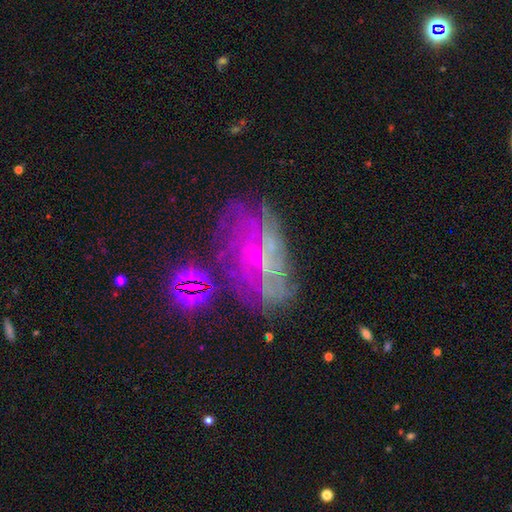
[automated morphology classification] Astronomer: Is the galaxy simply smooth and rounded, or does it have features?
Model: featured or disk — 60%.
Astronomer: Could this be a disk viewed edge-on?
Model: no — 94%.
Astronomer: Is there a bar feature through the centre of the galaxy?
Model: no — 56% (runner-up: weak, 31%).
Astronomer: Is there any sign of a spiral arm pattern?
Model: yes — 61% (runner-up: no, 39%).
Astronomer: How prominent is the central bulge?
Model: small — 49% (runner-up: none, 39%).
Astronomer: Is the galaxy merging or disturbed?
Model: none — 52%.